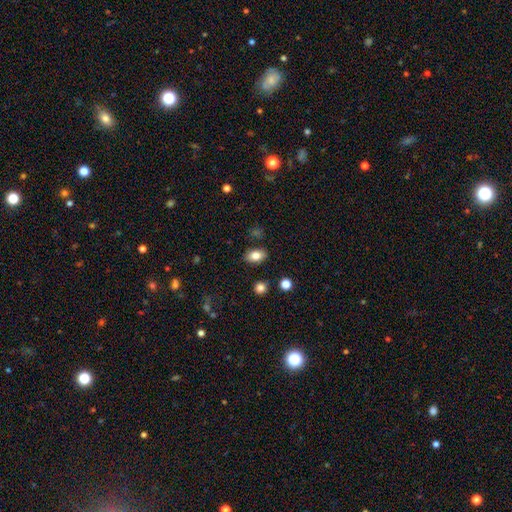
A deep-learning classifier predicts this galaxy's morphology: Smooth or featured? Predicted: smooth (p=0.81). How rounded? Predicted: in between (p=0.87). Merging? Predicted: none (p=0.85).